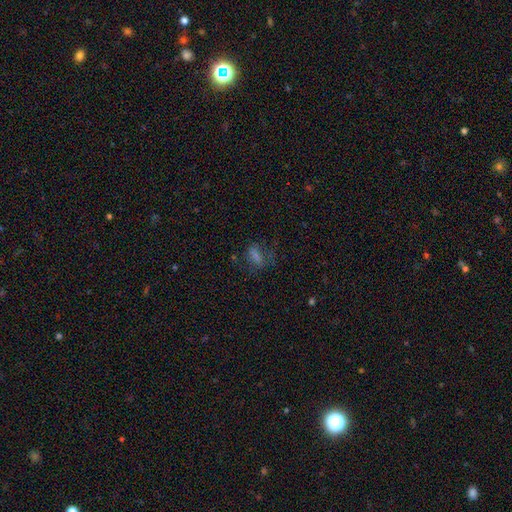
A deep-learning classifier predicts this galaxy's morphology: Smooth or featured? smooth (49%)
Merging? none (63%)